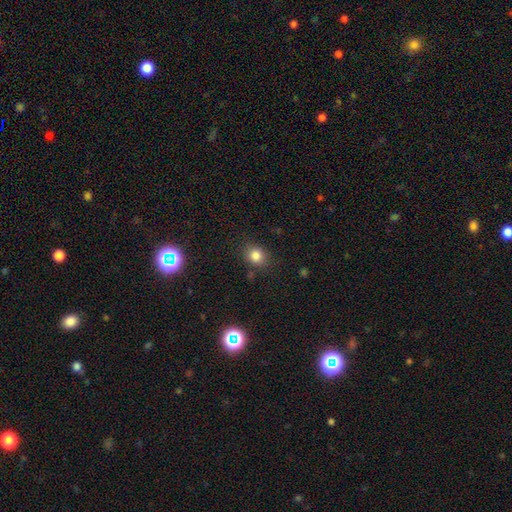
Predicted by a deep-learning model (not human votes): The model was most divided on "how rounded": round: 65%, in between: 34%, cigar-shaped: 1%. More confident: merging — none (83%); smooth or featured — smooth (81%).